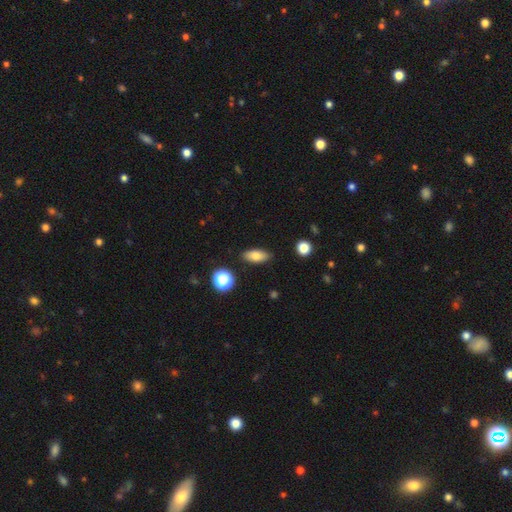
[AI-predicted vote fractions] Smooth or featured? smooth (79%)
How rounded? in between (80%)
Merging? none (87%)